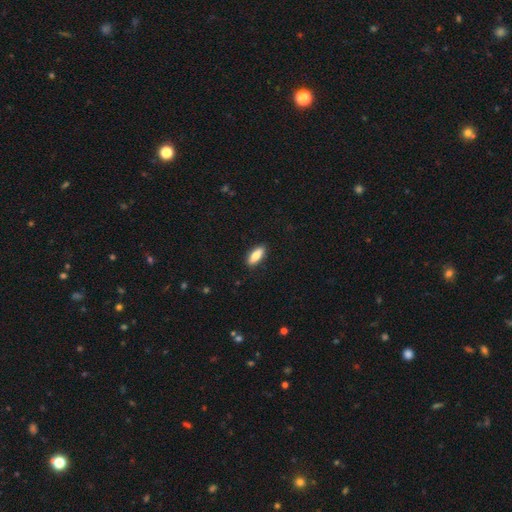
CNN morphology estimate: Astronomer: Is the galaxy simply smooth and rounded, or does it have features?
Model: smooth — 77%.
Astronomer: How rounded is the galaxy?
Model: in between — 71%.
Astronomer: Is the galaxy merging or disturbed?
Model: none — 89%.